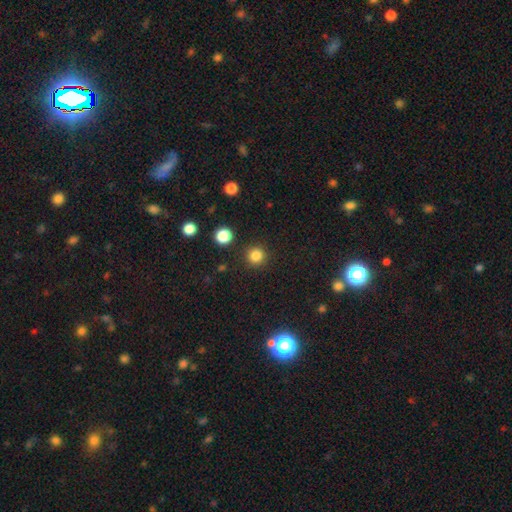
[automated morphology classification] smooth-or-featured: smooth: 84% | star or artifact: 13% | featured or disk: 4%
  how-rounded: round: 95% | in between: 4% | cigar-shaped: 1%
  merging: none: 90% | minor disturbance: 6% | major disturbance: 2% | merger: 2%